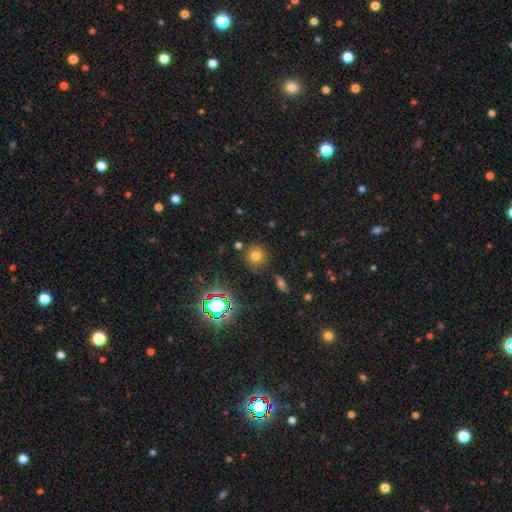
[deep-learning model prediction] Overall: smooth (68%). How rounded: round (90%). Merging: none (81%).